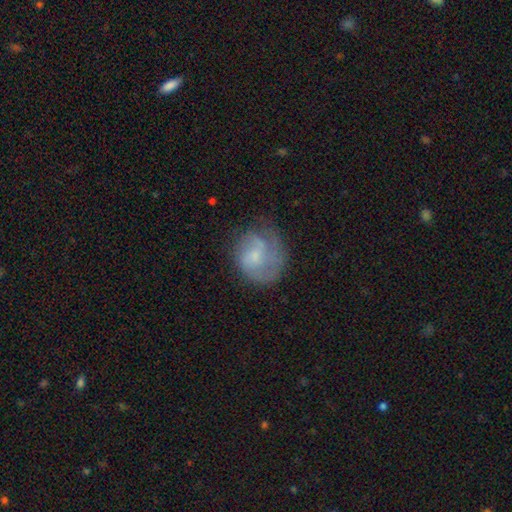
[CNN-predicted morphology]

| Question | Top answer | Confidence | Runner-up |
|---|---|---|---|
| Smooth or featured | featured or disk | 54% | smooth (38%) |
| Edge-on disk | no | 98% | yes (2%) |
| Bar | no | 64% | weak (32%) |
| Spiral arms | yes | 77% | no (23%) |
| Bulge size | small | 55% | moderate (26%) |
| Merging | none | 52% | minor disturbance (25%) |